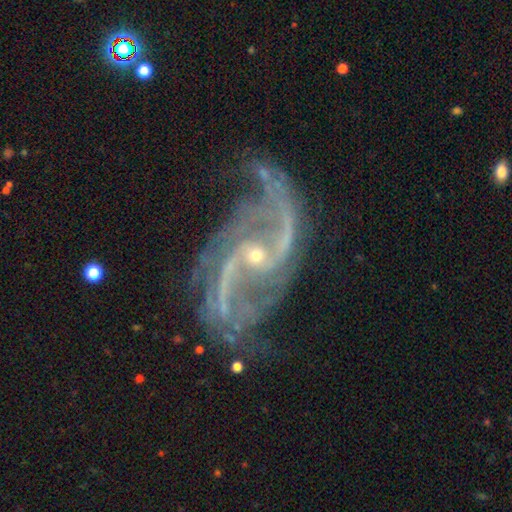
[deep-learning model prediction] This is clearly a featured or disk galaxy (92%). It is clearly not viewed edge-on (98%). Bar: possibly no (52%). Spiral arm pattern: clearly yes (98%). Spiral arm count: likely 2 (80%). Spiral winding: possibly loose (49%). Central bulge: clearly small (84%). Merging: possibly none (56%).